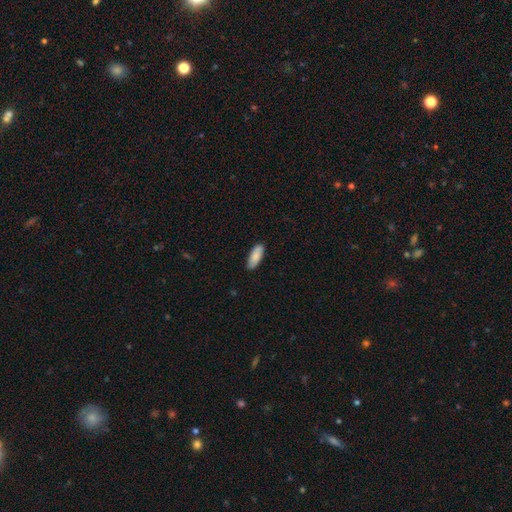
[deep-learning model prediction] A smooth galaxy with no disk features (87%) that is in between round and cigar-shaped (76%).

Vote fractions:
- Smooth or featured? smooth: 87% / featured or disk: 8% / star or artifact: 5%
- How rounded? in between: 76% / cigar-shaped: 22% / round: 2%
- Merging? none: 88% / minor disturbance: 9% / major disturbance: 2% / merger: 1%